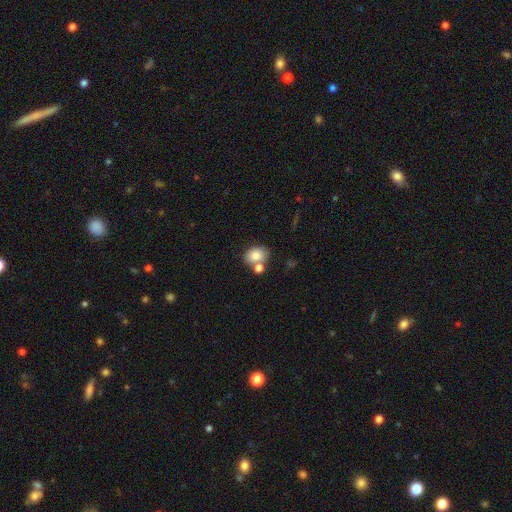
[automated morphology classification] The model was most divided on "how rounded": in between: 59%, round: 40%, cigar-shaped: 1%. More confident: smooth or featured — smooth (81%); merging — none (55%).